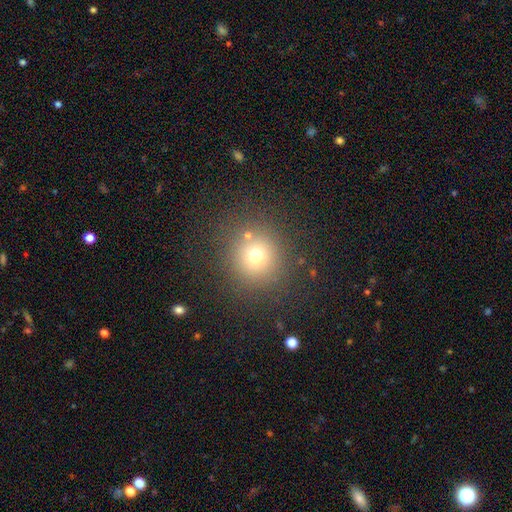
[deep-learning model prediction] This is likely a smooth galaxy (70%). How rounded: clearly round (91%). Merging: clearly none (82%).